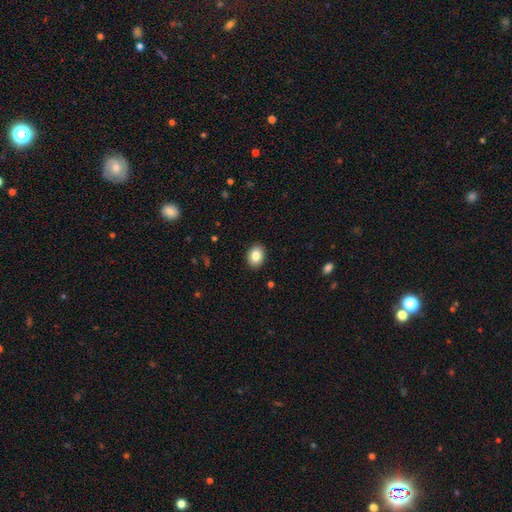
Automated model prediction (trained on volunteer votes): smooth 84%, star or artifact 9%, featured or disk 8%. Down the decision tree: how rounded — in between (64%); merging — none (91%).